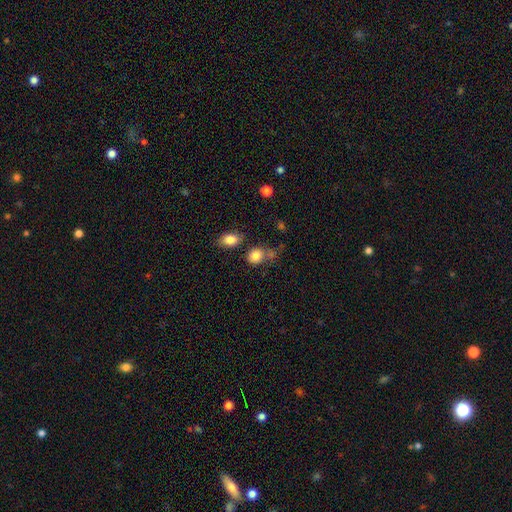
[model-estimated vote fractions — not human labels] A smooth galaxy with no disk features (83%) that is round (59%). Merging: none (58%).